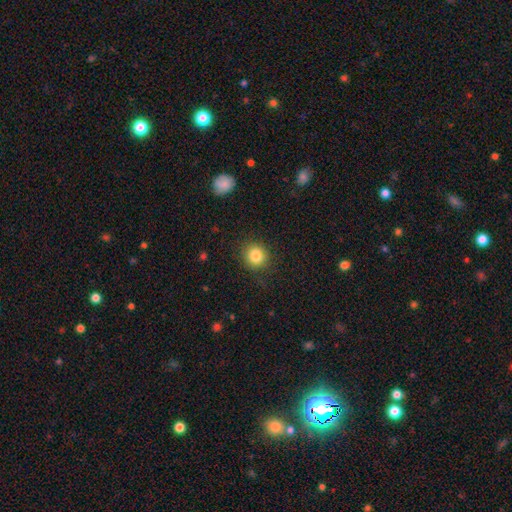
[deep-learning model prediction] The model was most divided on "smooth or featured": smooth: 84%, star or artifact: 10%, featured or disk: 6%. More confident: how rounded — round (90%); merging — none (88%).